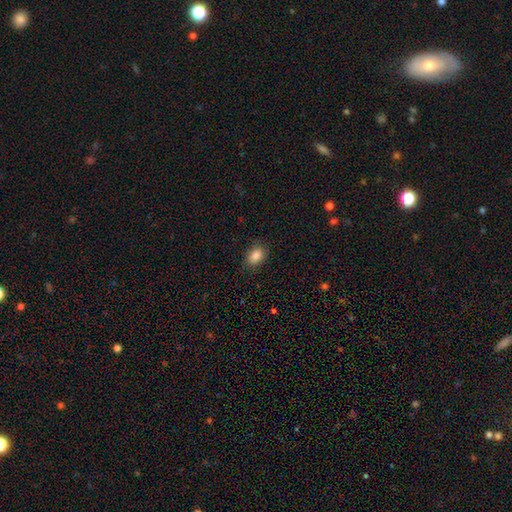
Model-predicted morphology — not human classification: Smooth or featured?
  - smooth: 87% *
  - star or artifact: 9%
  - featured or disk: 4%
How rounded?
  - in between: 80% *
  - round: 19%
  - cigar-shaped: 1%
Merging?
  - none: 85% *
  - minor disturbance: 11%
  - major disturbance: 3%
  - merger: 1%